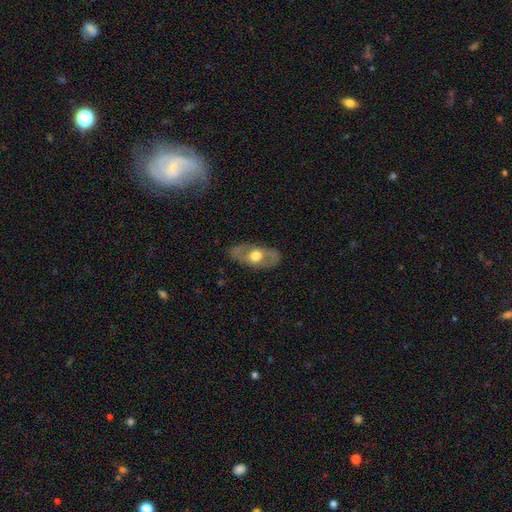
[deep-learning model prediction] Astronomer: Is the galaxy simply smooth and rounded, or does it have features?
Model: featured or disk — 59% (runner-up: smooth, 36%).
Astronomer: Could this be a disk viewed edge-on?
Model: no — 77%.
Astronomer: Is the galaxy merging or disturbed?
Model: none — 81%.